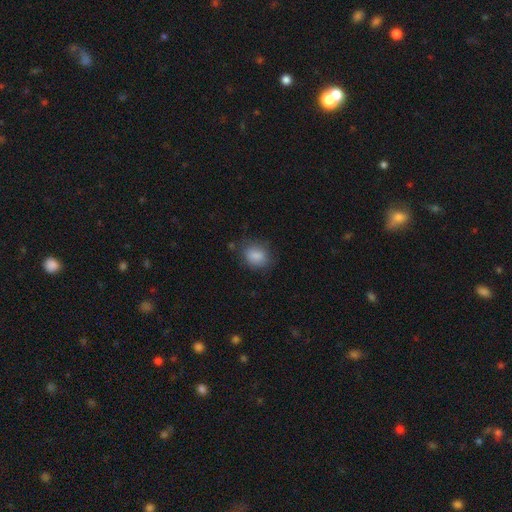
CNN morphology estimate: A smooth galaxy with no disk features (86%) that is in between round and cigar-shaped (56%).

Vote fractions:
- Smooth or featured? smooth: 86% / star or artifact: 8% / featured or disk: 6%
- How rounded? in between: 56% / round: 43% / cigar-shaped: 1%
- Merging? none: 74% / minor disturbance: 19% / major disturbance: 6% / merger: 2%